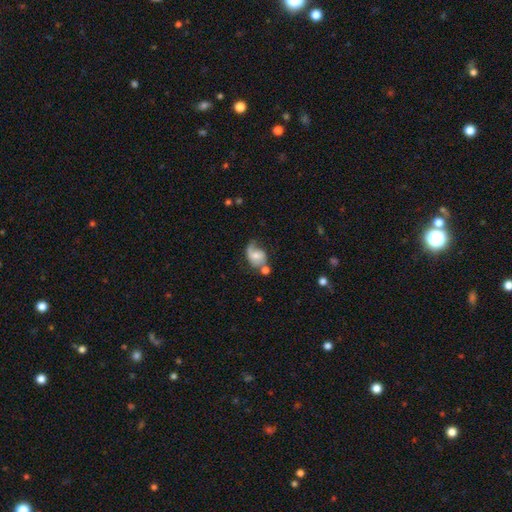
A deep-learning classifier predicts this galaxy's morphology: A featured or disk galaxy (59%) with no bar (64%), spiral arms (84%) and a moderate central bulge (50%). Merging: none (40%).